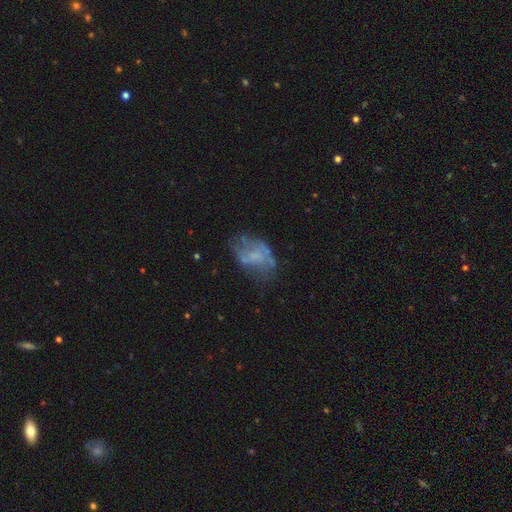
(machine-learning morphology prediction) The model was most divided on "merging": none: 45%, major disturbance: 26%, minor disturbance: 25%, merger: 5%. More confident: edge-on disk — no (97%); bar — no (73%); spiral arms — no (64%); bulge size — none (58%); smooth or featured — featured or disk (58%).